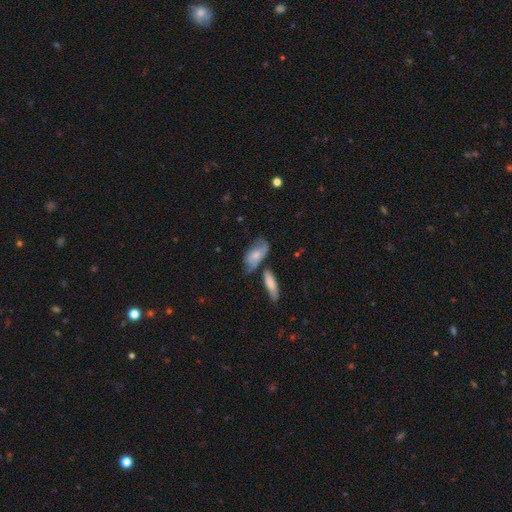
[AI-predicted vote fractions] Overall: smooth (54%; featured or disk 39%). How rounded: in between (86%). Merging: none (42%; minor disturbance 25%).